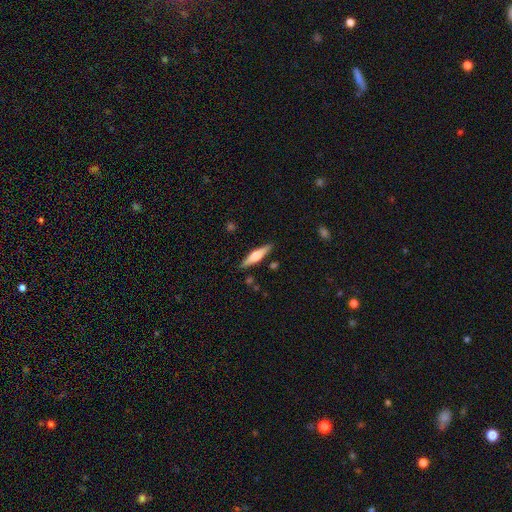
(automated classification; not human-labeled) Smooth or featured: featured or disk — 50% (smooth — 44%)
Edge-on disk: yes — 96% (no — 4%)
Merging: none — 87% (minor disturbance — 9%)